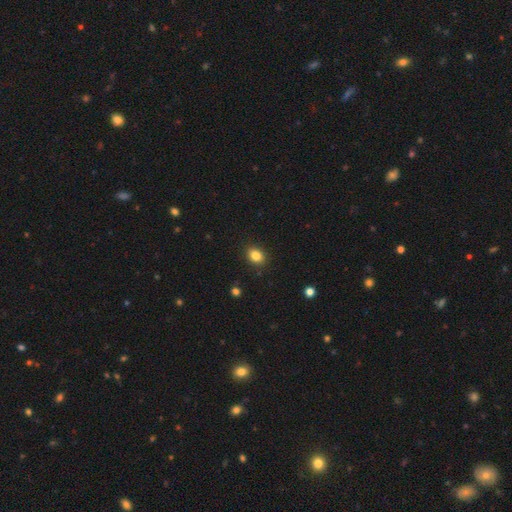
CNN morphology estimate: Overall: smooth (84%). How rounded: in between (60%; round 39%). Merging: none (89%).